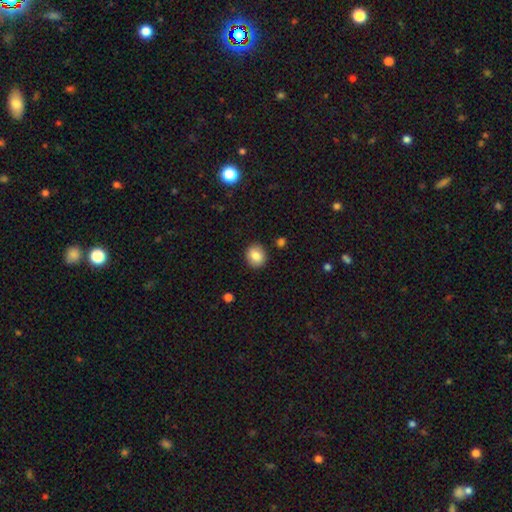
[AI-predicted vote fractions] A smooth galaxy with no disk features (83%) that is round (73%).

Vote fractions:
- Smooth or featured? smooth: 83% / star or artifact: 9% / featured or disk: 8%
- How rounded? round: 73% / in between: 26% / cigar-shaped: 1%
- Merging? none: 89% / minor disturbance: 7% / major disturbance: 2% / merger: 2%